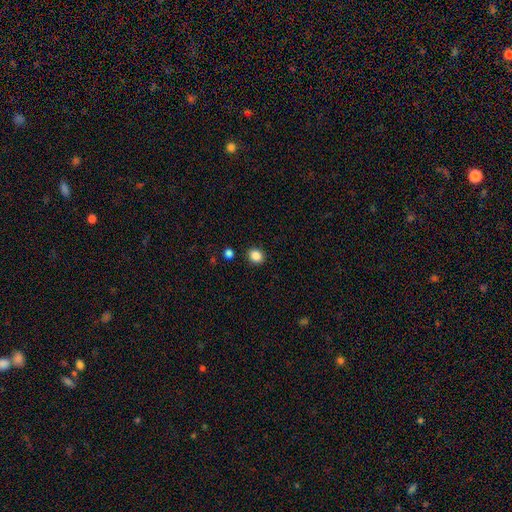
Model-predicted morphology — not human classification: type=smooth (86%); roundness=round (63%); merging=none (89%).